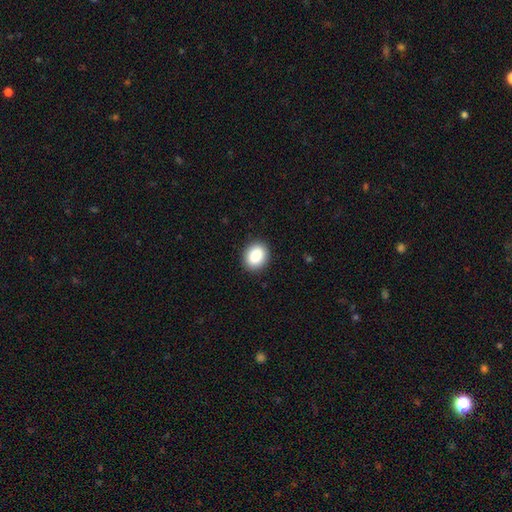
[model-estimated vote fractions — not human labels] smooth_or_featured: smooth (p=0.87) [alt: star or artifact p=0.08]
how_rounded: round (p=0.51) [alt: in between p=0.49]
merging: none (p=0.91) [alt: minor disturbance p=0.07]